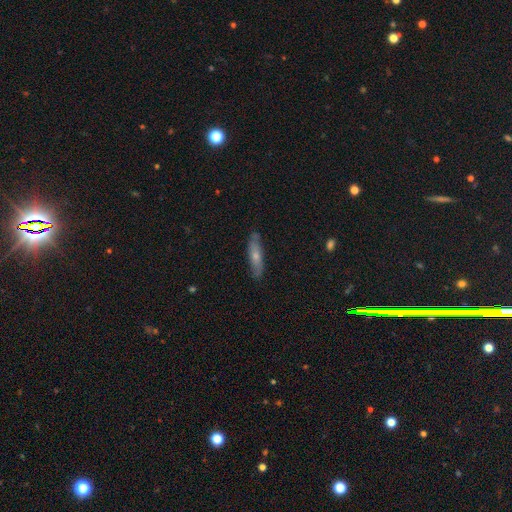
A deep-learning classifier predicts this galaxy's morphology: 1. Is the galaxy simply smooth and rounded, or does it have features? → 57% smooth, 37% featured or disk, 6% star or artifact.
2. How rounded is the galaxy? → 73% cigar-shaped, 25% in between, 2% round.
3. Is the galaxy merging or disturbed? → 81% none, 15% minor disturbance, 2% major disturbance, 2% merger.